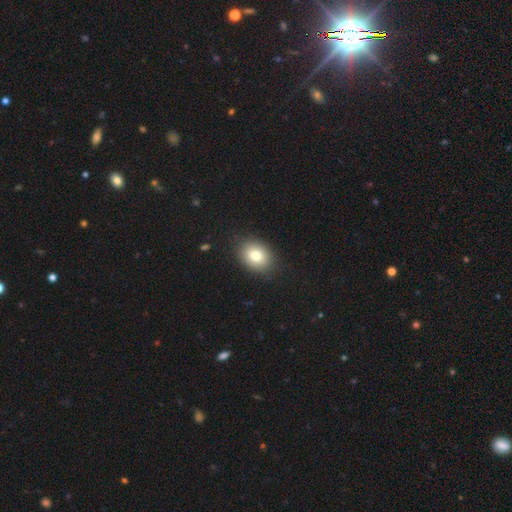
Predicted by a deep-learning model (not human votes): Smooth or featured?
  - smooth: 80% *
  - featured or disk: 10%
  - star or artifact: 10%
How rounded?
  - in between: 62% *
  - round: 37%
  - cigar-shaped: 1%
Merging?
  - none: 88% *
  - minor disturbance: 8%
  - major disturbance: 3%
  - merger: 1%